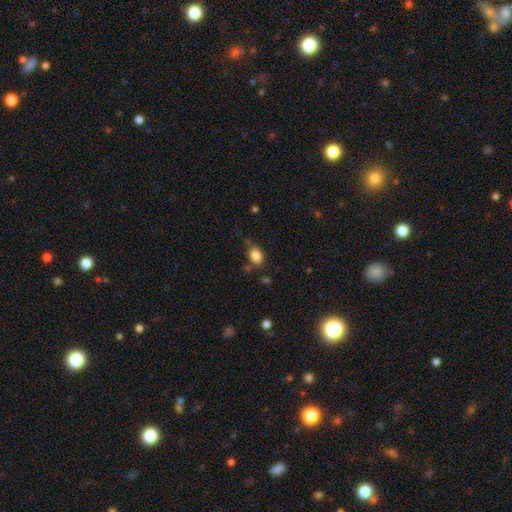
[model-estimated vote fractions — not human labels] Smooth or featured? smooth (84%)
How rounded? in between (76%)
Merging? none (69%)